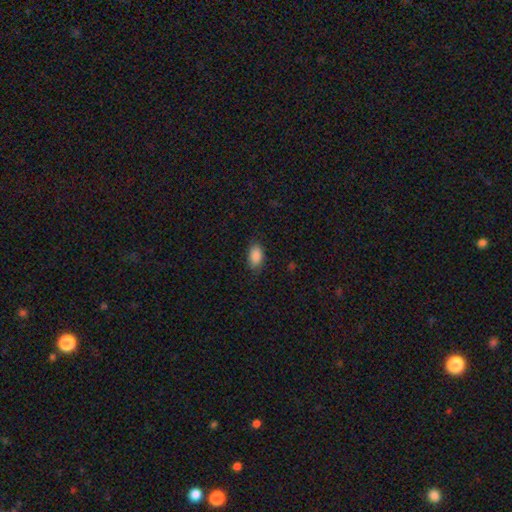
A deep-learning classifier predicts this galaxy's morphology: A smooth galaxy with no disk features (88%) that is in between round and cigar-shaped (92%).

Vote fractions:
- Smooth or featured? smooth: 88% / star or artifact: 7% / featured or disk: 5%
- How rounded? in between: 92% / round: 5% / cigar-shaped: 3%
- Merging? none: 81% / minor disturbance: 15% / major disturbance: 3% / merger: 1%